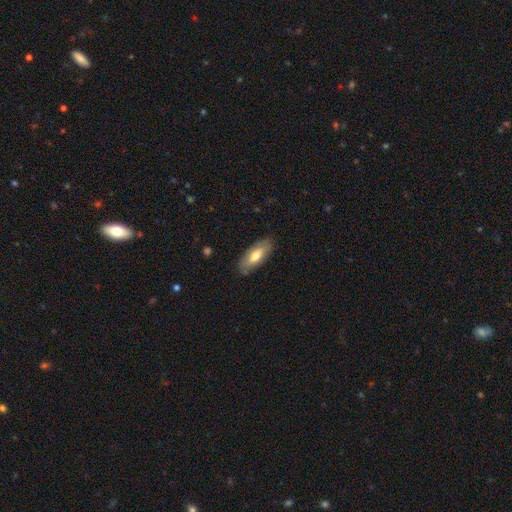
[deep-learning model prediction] Smooth or featured: smooth — 66% (featured or disk — 29%)
How rounded: in between — 81% (cigar-shaped — 17%)
Merging: none — 84% (minor disturbance — 12%)